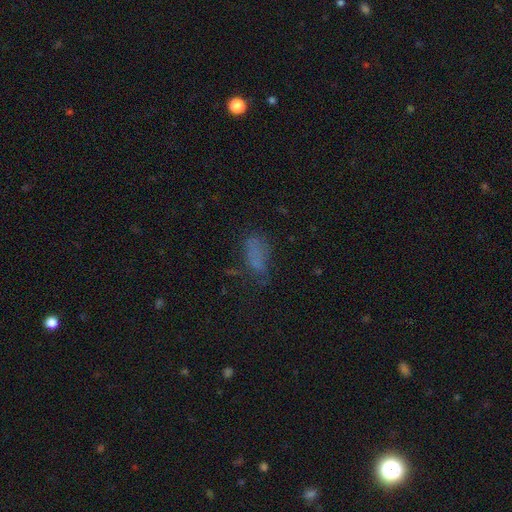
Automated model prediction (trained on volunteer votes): This is likely a smooth galaxy (63%). How rounded: likely in between (80%). Merging: possibly none (47%).